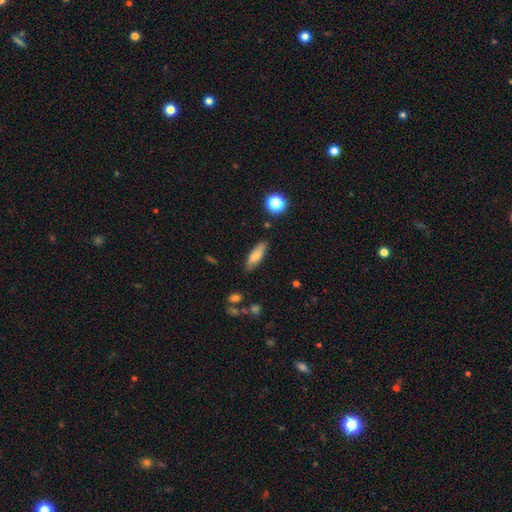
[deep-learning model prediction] Smooth or featured: smooth — 72% (featured or disk — 20%)
How rounded: in between — 58% (cigar-shaped — 40%)
Merging: none — 81% (minor disturbance — 14%)